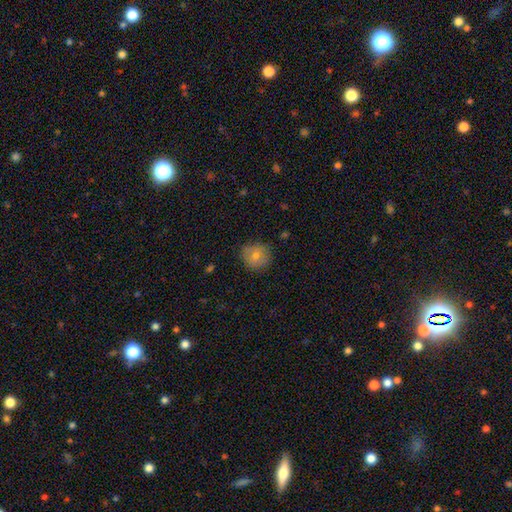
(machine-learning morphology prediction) smooth-or-featured: smooth: 75% | featured or disk: 16% | star or artifact: 9%
  how-rounded: round: 85% | in between: 14% | cigar-shaped: 1%
  merging: none: 80% | minor disturbance: 15% | major disturbance: 3% | merger: 1%